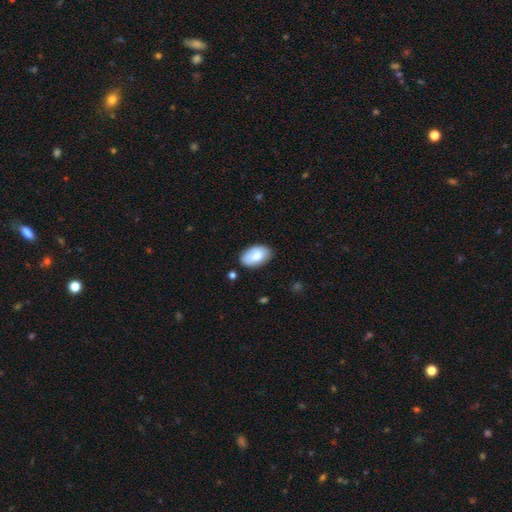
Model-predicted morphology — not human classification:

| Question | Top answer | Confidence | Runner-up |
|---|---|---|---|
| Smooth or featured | smooth | 82% | featured or disk (12%) |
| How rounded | in between | 94% | round (4%) |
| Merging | none | 75% | minor disturbance (19%) |